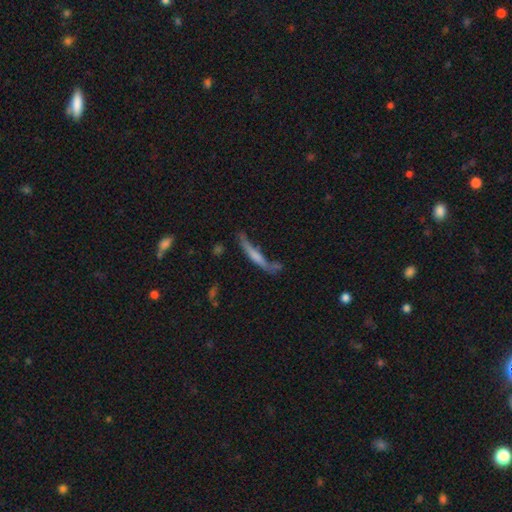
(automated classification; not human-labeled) Smooth or featured: smooth — 50% (featured or disk — 41%)
How rounded: cigar-shaped — 92% (in between — 6%)
Merging: none — 48% (minor disturbance — 24%)